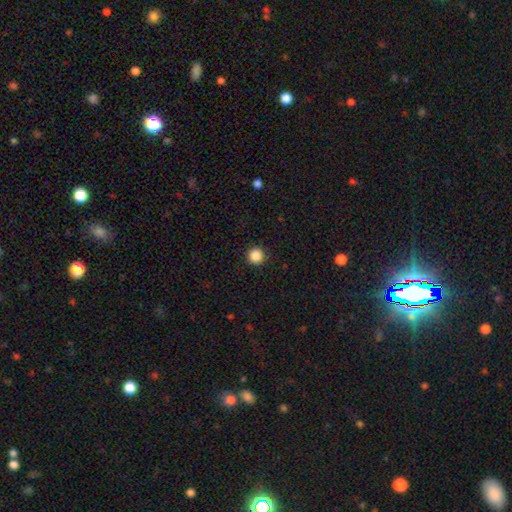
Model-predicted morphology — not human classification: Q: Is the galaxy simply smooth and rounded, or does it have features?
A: smooth — 87%.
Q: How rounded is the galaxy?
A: round — 96%.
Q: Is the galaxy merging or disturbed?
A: none — 92%.